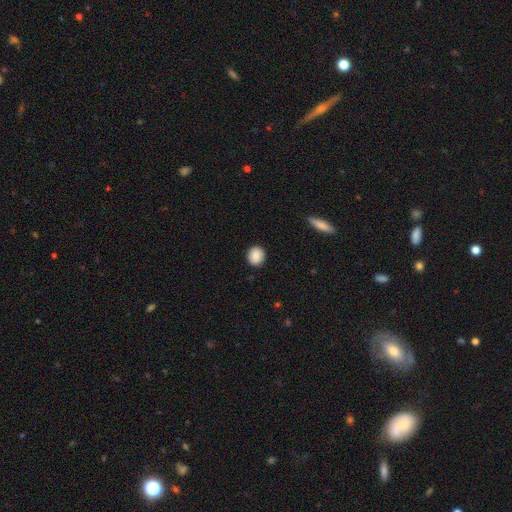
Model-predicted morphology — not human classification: type=smooth (87%); roundness=round (85%); merging=none (90%).